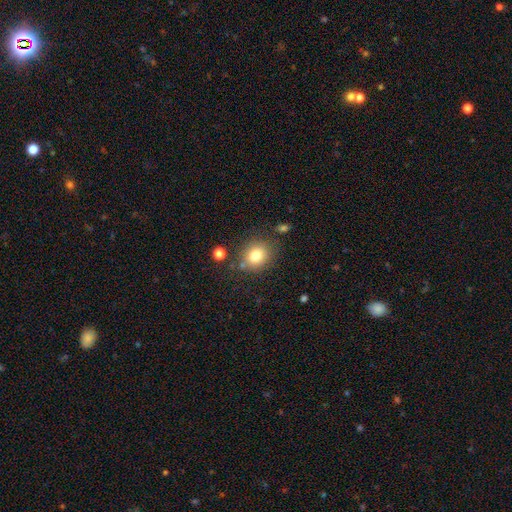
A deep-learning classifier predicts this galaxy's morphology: smooth_or_featured: smooth (p=0.80) [alt: star or artifact p=0.11]
how_rounded: round (p=0.67) [alt: in between p=0.32]
merging: none (p=0.77) [alt: minor disturbance p=0.13]